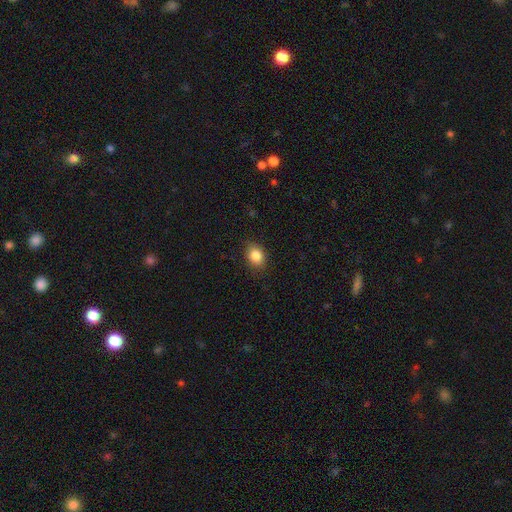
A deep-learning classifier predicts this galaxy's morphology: A smooth galaxy with no disk features (86%) that is in between round and cigar-shaped (63%). Merging: none (85%).